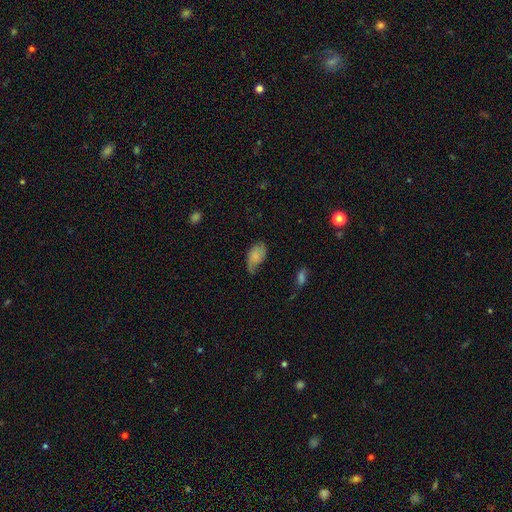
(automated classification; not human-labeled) Smooth or featured: smooth — 63% (featured or disk — 28%)
How rounded: in between — 92% (round — 6%)
Merging: none — 39% (minor disturbance — 38%)